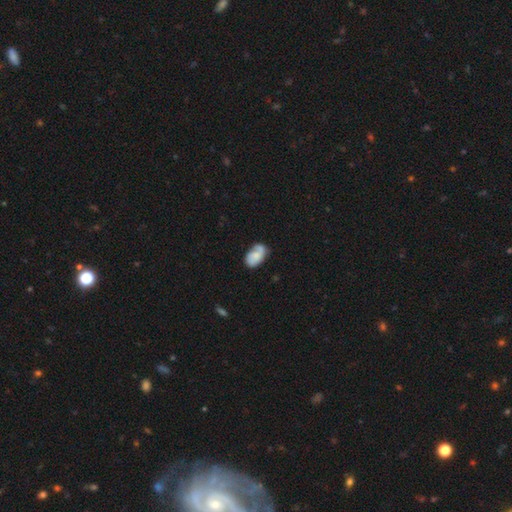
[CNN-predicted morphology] Smooth or featured: smooth — 58% (featured or disk — 34%)
How rounded: in between — 91% (round — 7%)
Merging: none — 48% (minor disturbance — 29%)